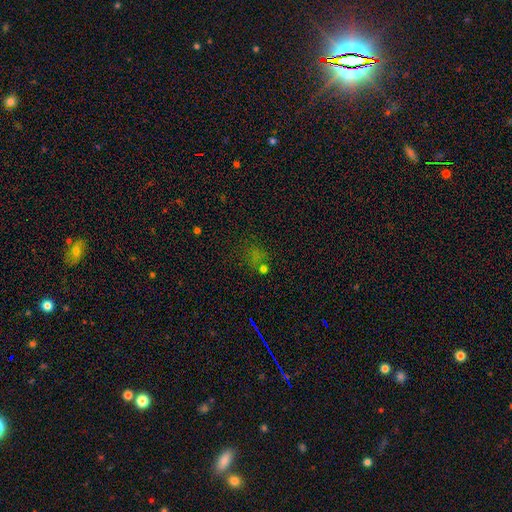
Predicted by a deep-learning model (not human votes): A smooth galaxy with no disk features (45%, tied with star or artifact).

Vote fractions:
- Smooth or featured? smooth: 45% (tied) / star or artifact: 45% (tied) / featured or disk: 10%
- Merging? none: 59% / minor disturbance: 16% / major disturbance: 13% / merger: 12%